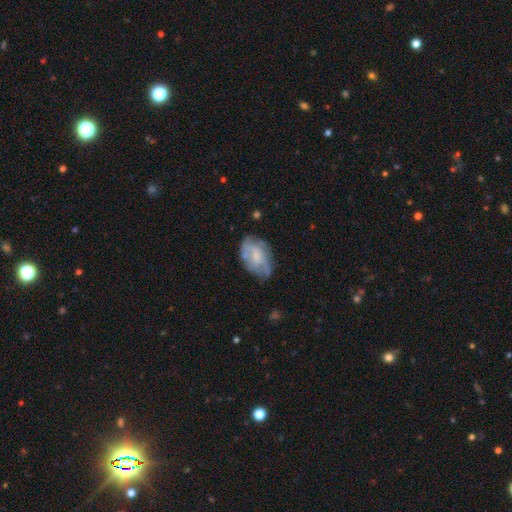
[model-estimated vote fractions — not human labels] Overall: featured or disk (53%; smooth 40%). Edge-on disk: no (96%). Bar: no (66%; weak 29%). Spiral arms: yes (56%; no 44%). Bulge size: small (54%; moderate 28%). Merging: none (54%; minor disturbance 30%).